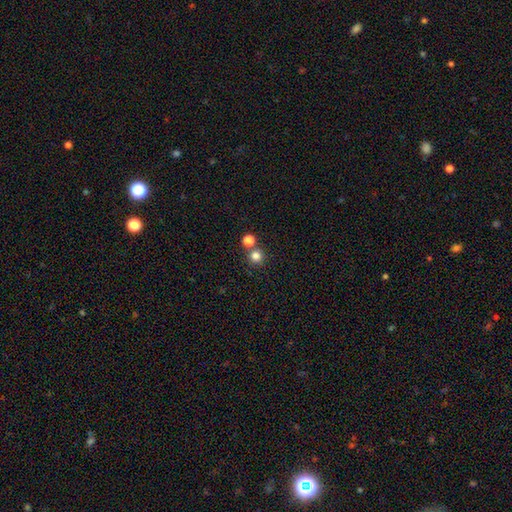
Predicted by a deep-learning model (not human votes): The model was most divided on "merging": none: 73%, merger: 19%, minor disturbance: 6%, major disturbance: 2%. More confident: how rounded — round (94%); smooth or featured — smooth (80%).